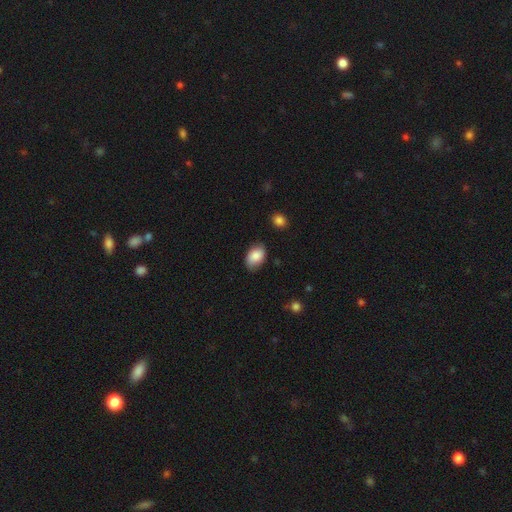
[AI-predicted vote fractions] Smooth or featured? Predicted: smooth (p=0.85). How rounded? Predicted: in between (p=0.87). Merging? Predicted: none (p=0.76).